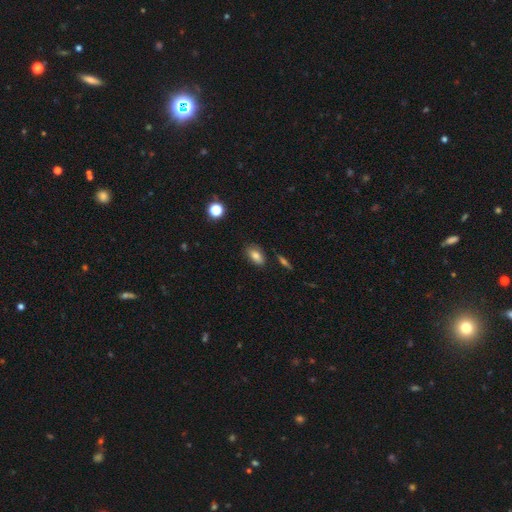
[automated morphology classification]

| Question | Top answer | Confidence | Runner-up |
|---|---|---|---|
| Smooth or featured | smooth | 82% | star or artifact (9%) |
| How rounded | in between | 88% | round (8%) |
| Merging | none | 80% | minor disturbance (14%) |